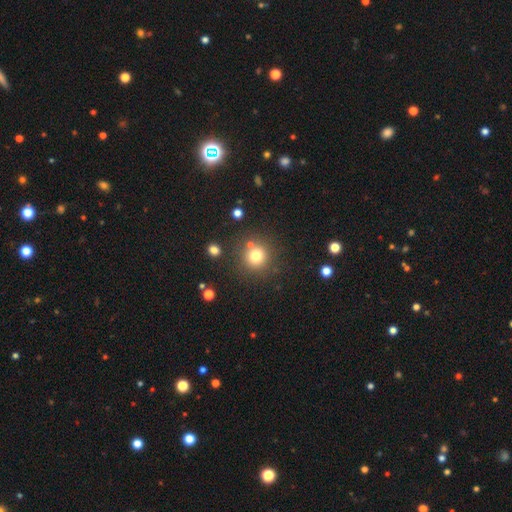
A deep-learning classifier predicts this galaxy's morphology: A smooth galaxy with no disk features (76%) that is round (93%). Merging: none (79%).